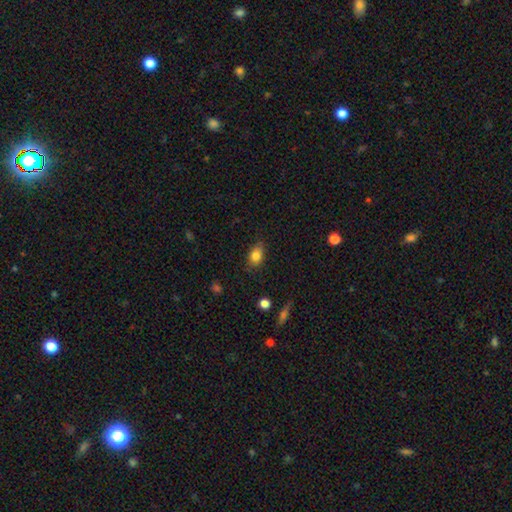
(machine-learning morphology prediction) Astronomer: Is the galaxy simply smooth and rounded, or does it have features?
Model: smooth — 83%.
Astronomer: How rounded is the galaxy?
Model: in between — 76%.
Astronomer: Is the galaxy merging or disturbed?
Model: none — 75%.